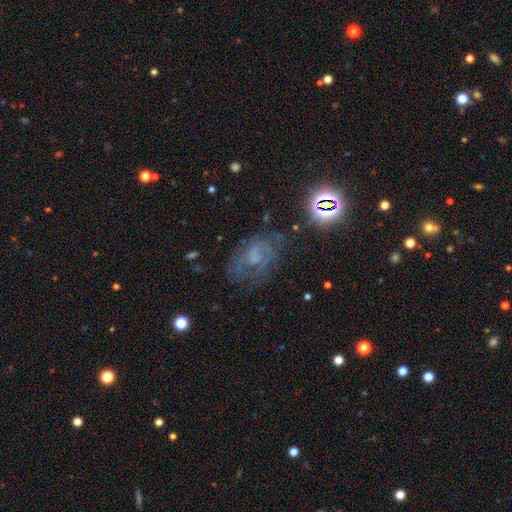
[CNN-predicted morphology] A featured or disk galaxy (47%).

Vote fractions:
- Smooth or featured? featured or disk: 47% / smooth: 29% / star or artifact: 24%
- Merging? none: 55% / minor disturbance: 23% / major disturbance: 19% / merger: 3%